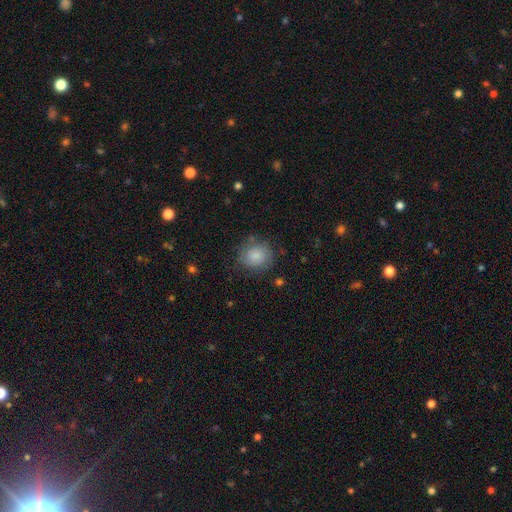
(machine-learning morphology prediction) Smooth or featured? smooth (82%)
How rounded? round (80%)
Merging? none (76%)